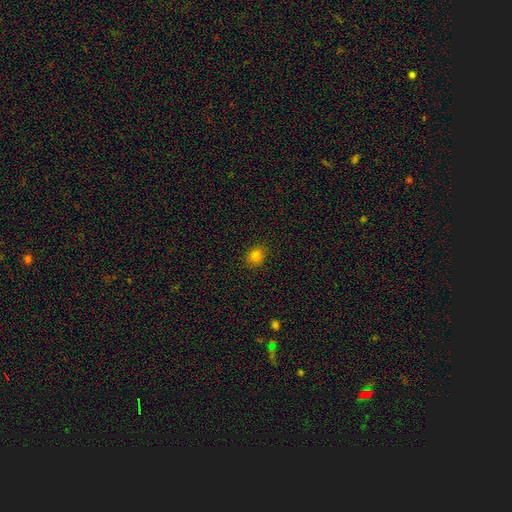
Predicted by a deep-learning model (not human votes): Smooth or featured: smooth — 80% (star or artifact — 14%)
How rounded: round — 66% (in between — 33%)
Merging: none — 89% (minor disturbance — 8%)